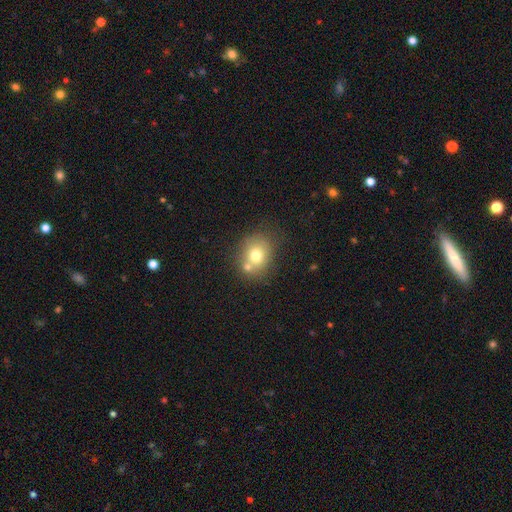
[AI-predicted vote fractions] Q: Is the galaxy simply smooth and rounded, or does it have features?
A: smooth — 71%.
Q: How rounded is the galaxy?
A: round — 66%.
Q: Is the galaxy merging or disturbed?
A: none — 52%.